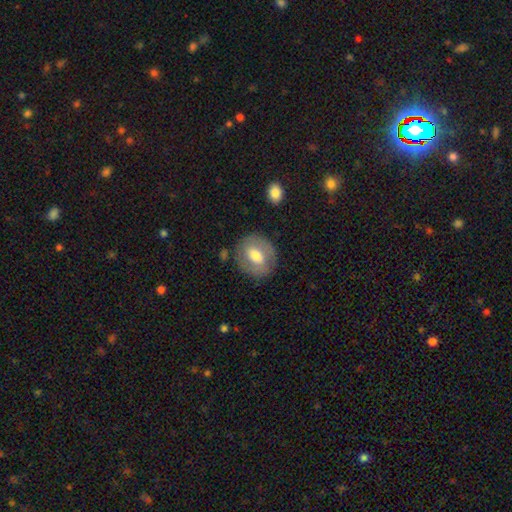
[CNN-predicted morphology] Overall: smooth (55%; featured or disk 38%). How rounded: round (61%; in between 37%). Merging: none (80%).